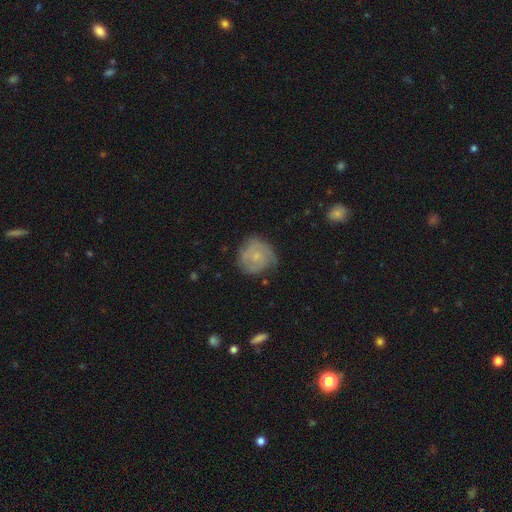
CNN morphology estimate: This appears to be a featured or disk galaxy (57%) with no bar (78%), spiral arms (83%) and a small central bulge (68%). Merging: none (66%).